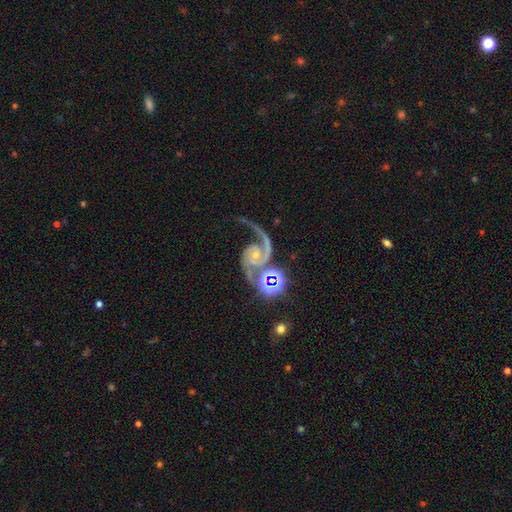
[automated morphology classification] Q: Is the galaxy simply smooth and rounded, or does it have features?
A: featured or disk — 88%.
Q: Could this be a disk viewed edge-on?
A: no — 98%.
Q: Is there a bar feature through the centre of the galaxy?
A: no — 69%.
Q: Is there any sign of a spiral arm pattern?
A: yes — 98%.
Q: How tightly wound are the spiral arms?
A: medium — 50%.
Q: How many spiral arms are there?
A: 2 — 80%.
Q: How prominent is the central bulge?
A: small — 71%.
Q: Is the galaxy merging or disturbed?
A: none — 42%.